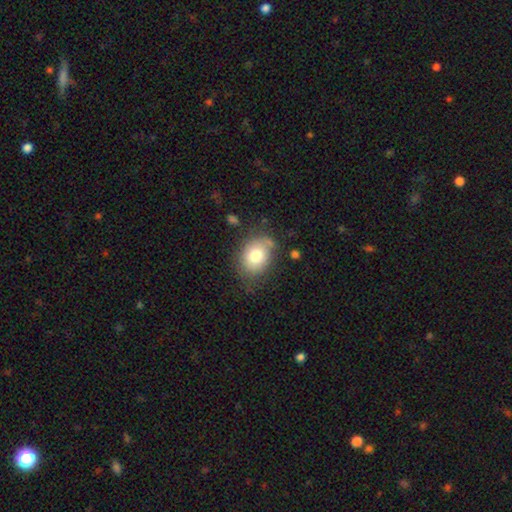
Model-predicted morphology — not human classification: smooth 77%, featured or disk 14%, star or artifact 9%. Down the decision tree: how rounded — in between (61%); merging — none (67%).